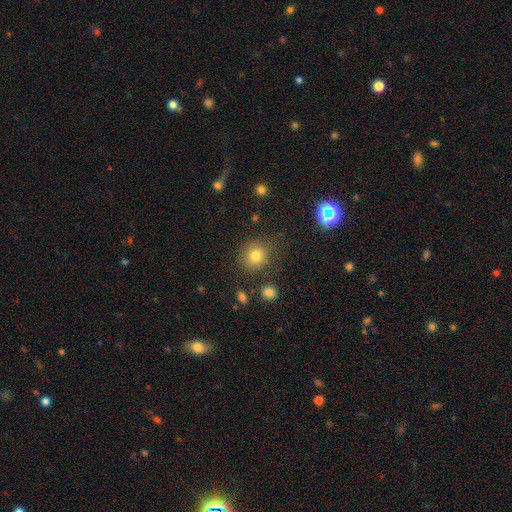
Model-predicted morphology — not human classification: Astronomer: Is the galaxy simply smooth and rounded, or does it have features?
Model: smooth — 78%.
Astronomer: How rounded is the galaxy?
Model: round — 88%.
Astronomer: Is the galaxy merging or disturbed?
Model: none — 81%.